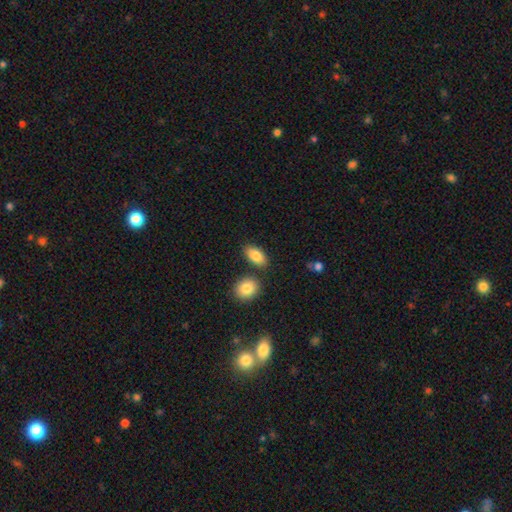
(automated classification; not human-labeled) This appears to be a smooth galaxy with no disk features (85%) that is in between round and cigar-shaped (91%). Merging: none (76%).